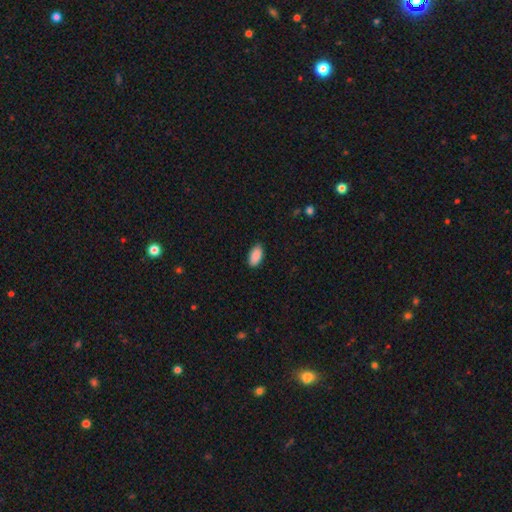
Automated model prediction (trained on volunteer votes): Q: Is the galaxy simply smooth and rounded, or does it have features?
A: smooth — 90%.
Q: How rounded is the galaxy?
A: in between — 94%.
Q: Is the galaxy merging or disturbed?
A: none — 87%.